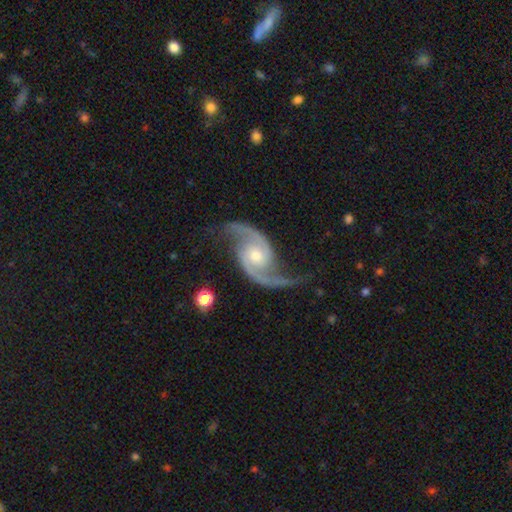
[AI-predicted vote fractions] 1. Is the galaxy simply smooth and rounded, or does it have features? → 93% featured or disk, 4% star or artifact, 3% smooth.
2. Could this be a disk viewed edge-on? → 98% no, 2% yes.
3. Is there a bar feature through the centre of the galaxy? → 64% no, 28% weak, 8% strong.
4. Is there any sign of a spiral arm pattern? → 98% yes, 2% no.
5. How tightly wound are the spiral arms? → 47% loose, 43% medium, 10% tight.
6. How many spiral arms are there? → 94% 2, 1% can't tell, 1% 3, 1% 1, 1% 4, 1% more than 4.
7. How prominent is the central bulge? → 56% moderate, 39% small, 3% large, 1% none, 1% dominant.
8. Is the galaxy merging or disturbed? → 78% none, 14% minor disturbance, 7% major disturbance, 2% merger.